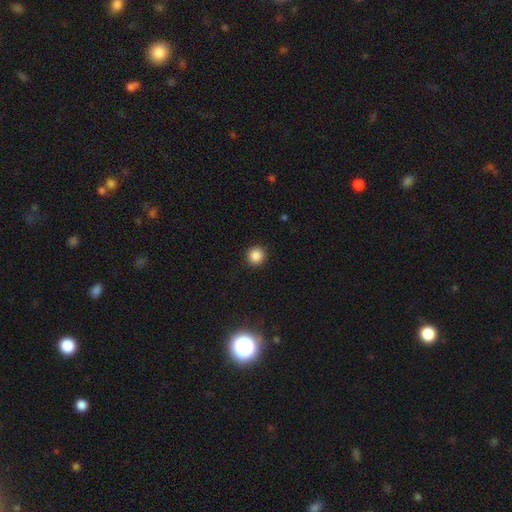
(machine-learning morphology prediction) Smooth or featured? Predicted: smooth (p=0.87). How rounded? Predicted: round (p=0.94). Merging? Predicted: none (p=0.93).